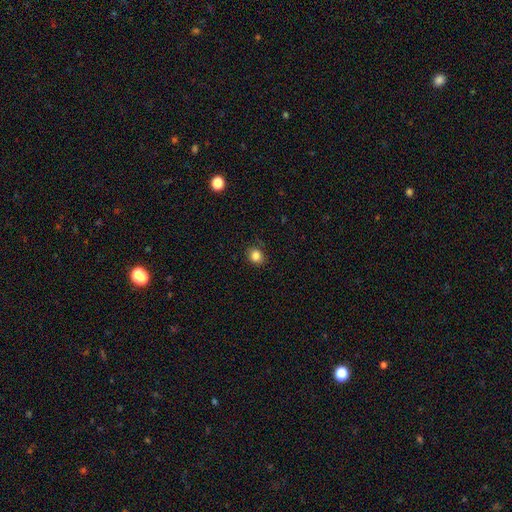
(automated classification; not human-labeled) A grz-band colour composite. It shows a smooth galaxy with no disk features (84%) that is round (72%). Merging: none (85%).